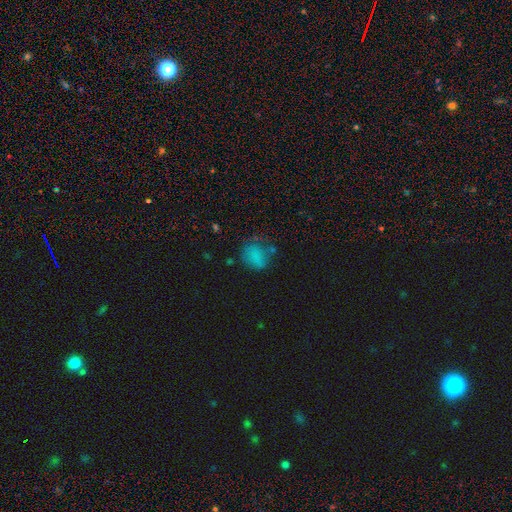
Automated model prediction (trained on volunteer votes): This is likely a smooth galaxy (67%). How rounded: possibly round (52%). Merging: possibly none (57%).